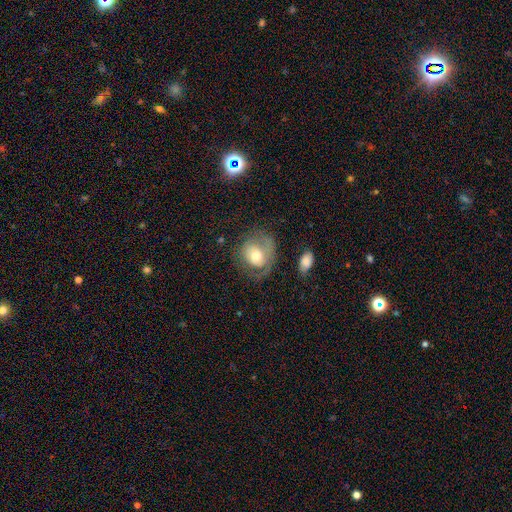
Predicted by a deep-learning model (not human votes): A featured or disk galaxy (48%). Merging: none (48%).